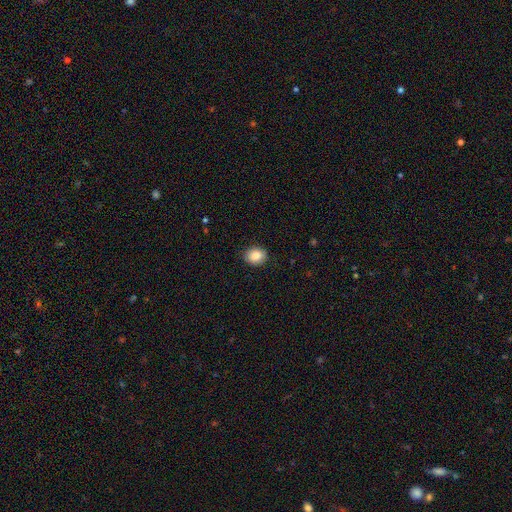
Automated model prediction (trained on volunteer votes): The model was most divided on "how rounded": in between: 52%, round: 47%, cigar-shaped: 1%. More confident: merging — none (89%); smooth or featured — smooth (87%).